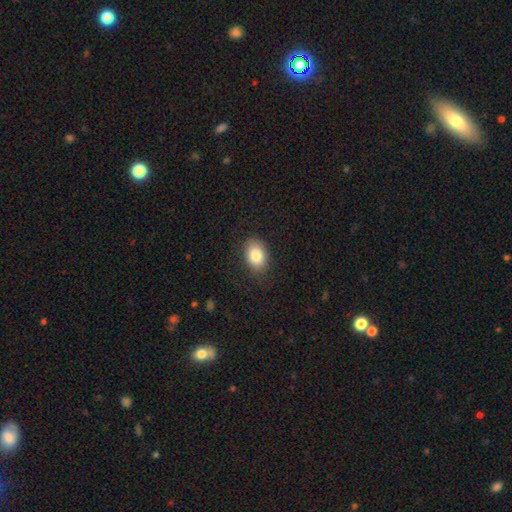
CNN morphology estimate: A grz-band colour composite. It shows a smooth galaxy with no disk features (83%) that is in between round and cigar-shaped (79%). Merging: none (82%).